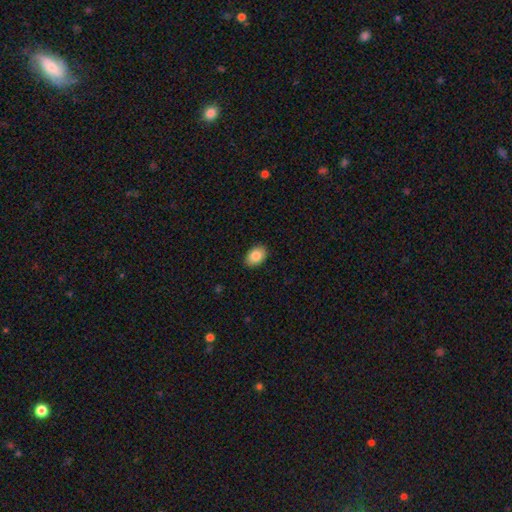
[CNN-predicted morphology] smooth 87%, star or artifact 7%, featured or disk 6%. Down the decision tree: how rounded — in between (85%); merging — none (88%).